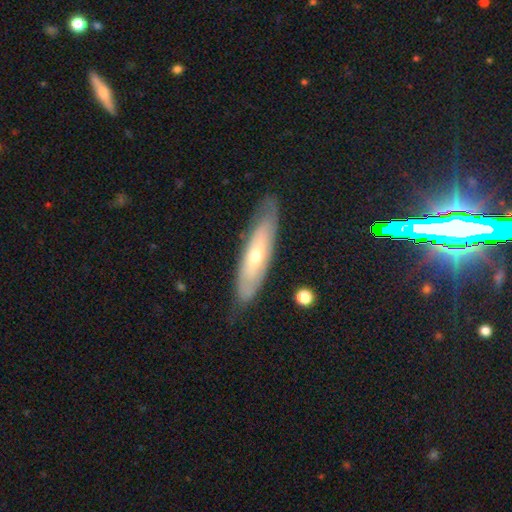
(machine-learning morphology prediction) Smooth or featured? featured or disk (56%)
Edge-on disk? no (54%)
Merging? none (79%)